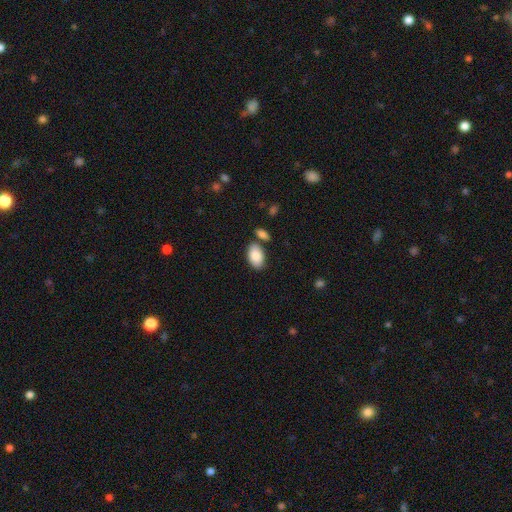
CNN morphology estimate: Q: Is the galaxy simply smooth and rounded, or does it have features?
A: smooth — 88%.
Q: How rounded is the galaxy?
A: in between — 94%.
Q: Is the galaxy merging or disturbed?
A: none — 72%.